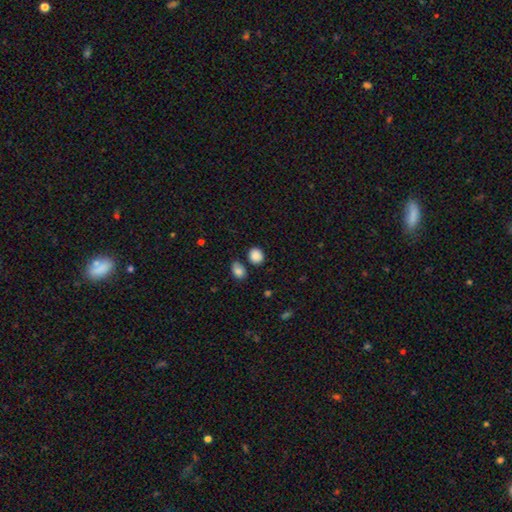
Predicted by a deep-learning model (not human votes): smooth 86%, star or artifact 10%, featured or disk 4%. Down the decision tree: how rounded — round (67%); merging — none (75%).